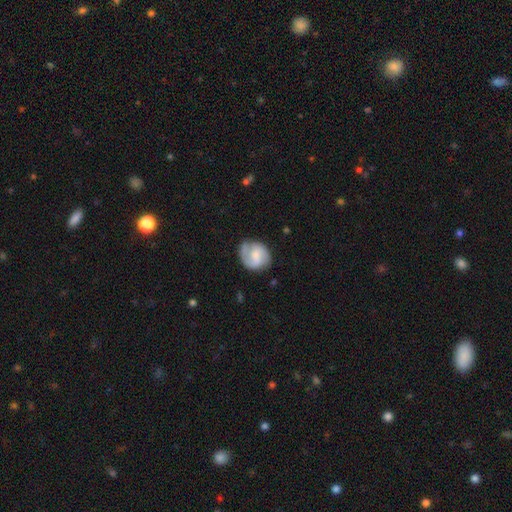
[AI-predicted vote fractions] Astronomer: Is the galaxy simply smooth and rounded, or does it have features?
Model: featured or disk — 65%.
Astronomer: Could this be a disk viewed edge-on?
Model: no — 98%.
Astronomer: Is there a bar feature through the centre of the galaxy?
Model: weak — 51% (runner-up: no, 34%).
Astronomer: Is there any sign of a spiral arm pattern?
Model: yes — 91%.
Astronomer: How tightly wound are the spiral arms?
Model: medium — 47% (runner-up: tight, 29%).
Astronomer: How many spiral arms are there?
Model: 2 — 79%.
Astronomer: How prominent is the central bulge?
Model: small — 42% (runner-up: moderate, 33%).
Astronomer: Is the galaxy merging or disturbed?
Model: none — 71%.